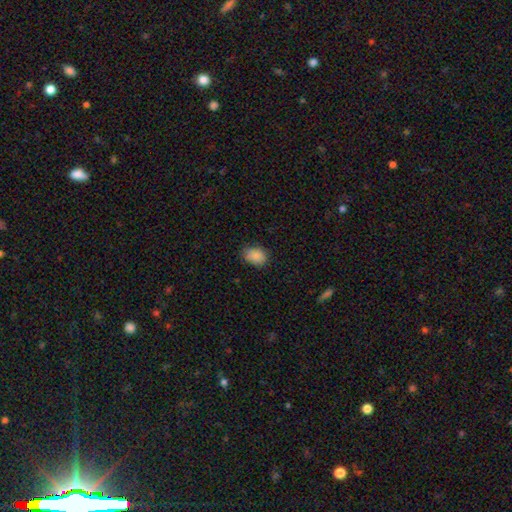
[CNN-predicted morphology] Smooth or featured?
  - smooth: 87% *
  - star or artifact: 8%
  - featured or disk: 5%
How rounded?
  - in between: 71% *
  - round: 28%
  - cigar-shaped: 1%
Merging?
  - none: 80% *
  - minor disturbance: 16%
  - major disturbance: 3%
  - merger: 1%